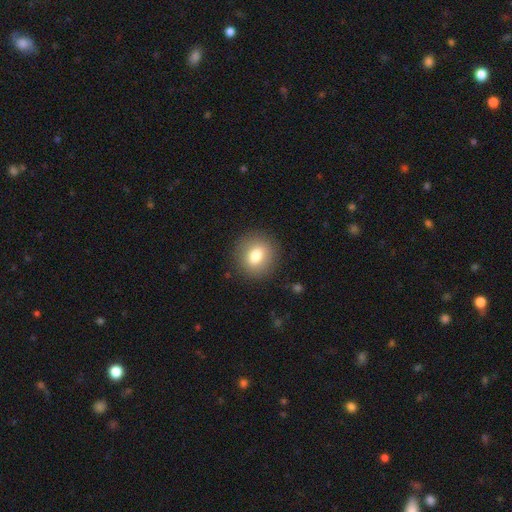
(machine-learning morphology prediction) type=smooth (77%); roundness=round (82%); merging=none (88%).